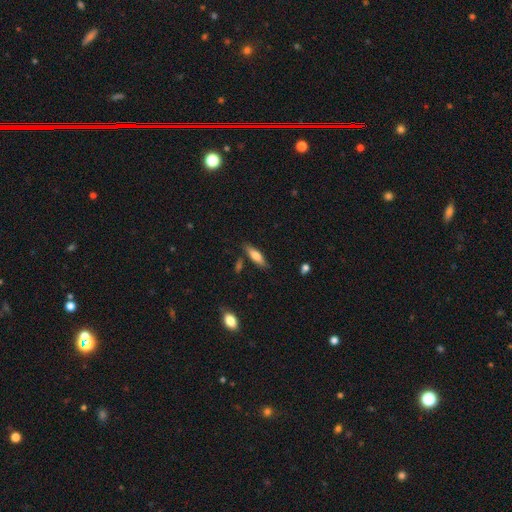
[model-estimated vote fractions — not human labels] This is likely a smooth galaxy (73%). How rounded: possibly cigar-shaped (53%). Merging: likely none (78%).